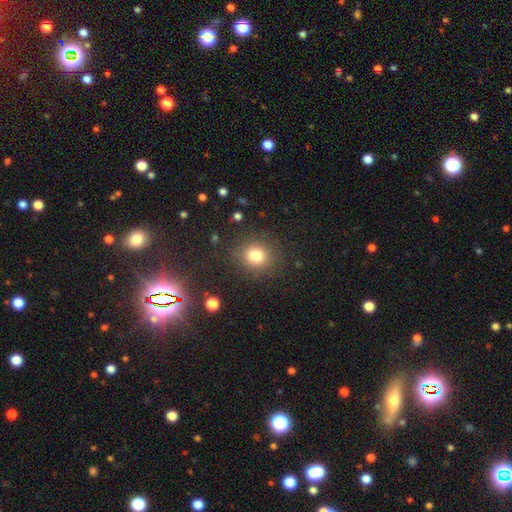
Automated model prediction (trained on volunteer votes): A smooth galaxy with no disk features (79%) that is round (85%).

Vote fractions:
- Smooth or featured? smooth: 79% / star or artifact: 14% / featured or disk: 7%
- How rounded? round: 85% / in between: 14% / cigar-shaped: 1%
- Merging? none: 87% / minor disturbance: 8% / major disturbance: 4% / merger: 2%